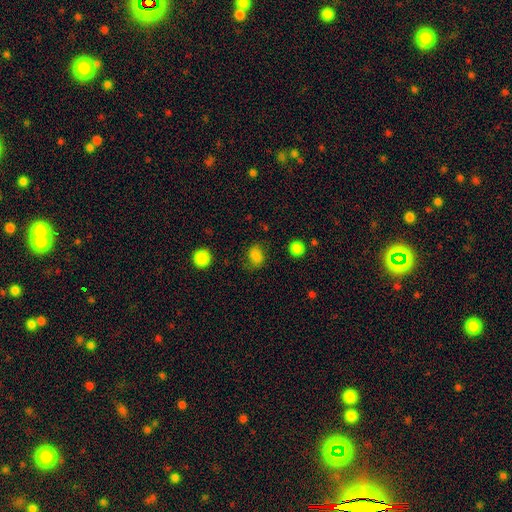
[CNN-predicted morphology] smooth_or_featured: smooth (p=0.80) [alt: star or artifact p=0.13]
how_rounded: in between (p=0.54) [alt: round p=0.45]
merging: none (p=0.69) [alt: minor disturbance p=0.21]